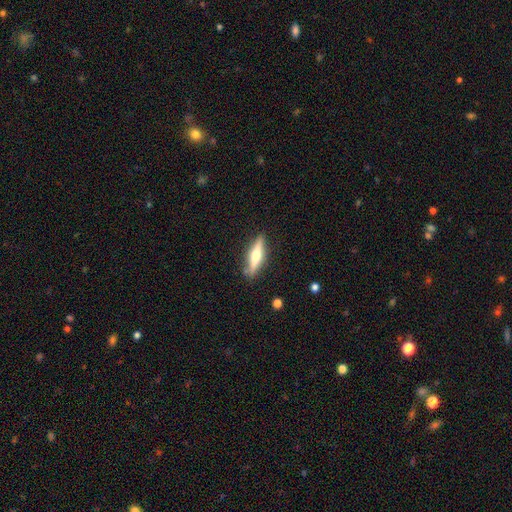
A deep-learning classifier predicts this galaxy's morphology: This is possibly a featured or disk galaxy (56%). It is clearly viewed edge-on (94%). Edge-on bulge: clearly rounded (90%). Merging: clearly none (86%).